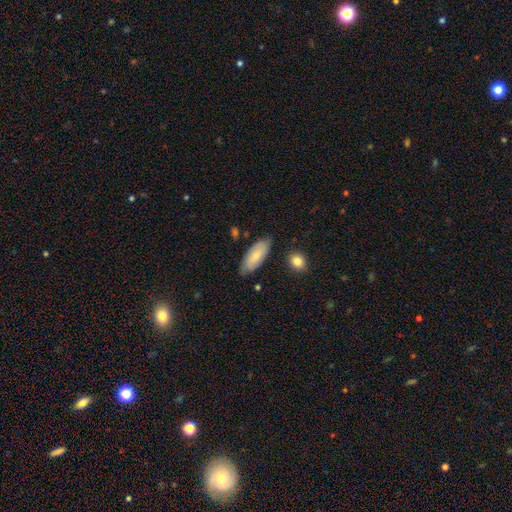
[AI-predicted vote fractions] Morphology: type=smooth (75%); roundness=in between (81%); merging=none (79%).